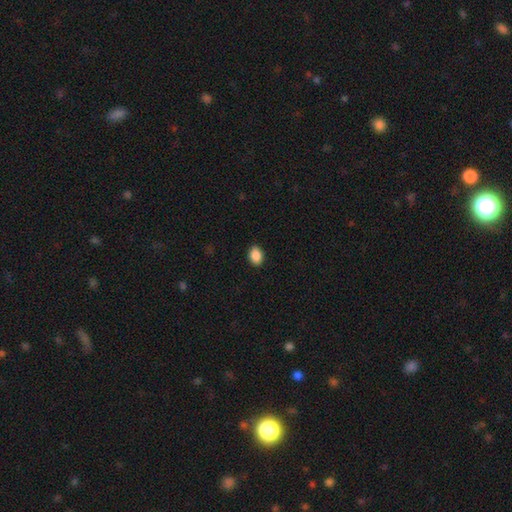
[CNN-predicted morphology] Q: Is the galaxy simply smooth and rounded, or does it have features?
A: smooth — 89%.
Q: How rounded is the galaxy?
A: in between — 75%.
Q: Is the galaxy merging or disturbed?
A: none — 89%.